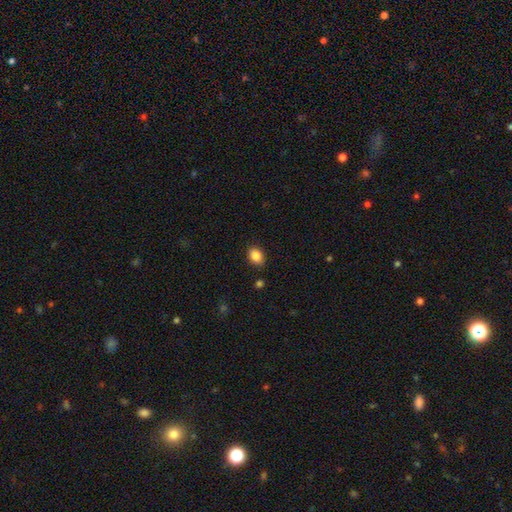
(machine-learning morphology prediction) This is clearly a smooth galaxy (87%). How rounded: likely in between (69%). Merging: clearly none (85%).